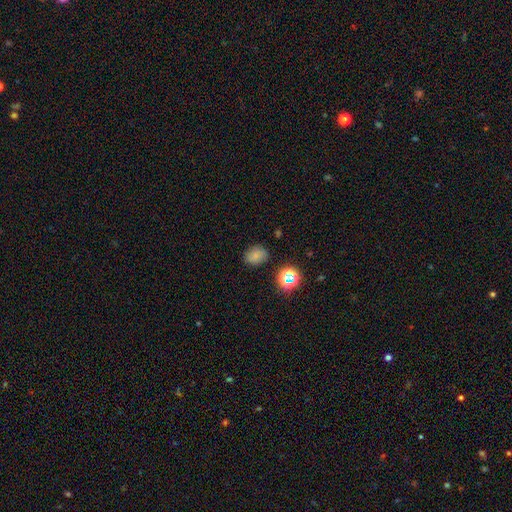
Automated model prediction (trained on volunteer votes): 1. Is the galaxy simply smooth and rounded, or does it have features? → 74% smooth, 18% star or artifact, 8% featured or disk.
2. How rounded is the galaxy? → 53% in between, 46% round, 1% cigar-shaped.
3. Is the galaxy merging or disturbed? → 81% none, 13% minor disturbance, 3% major disturbance, 2% merger.